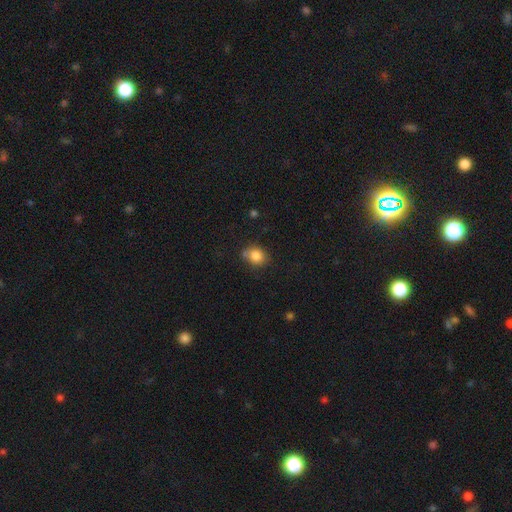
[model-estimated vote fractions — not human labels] Smooth or featured? Predicted: smooth (p=0.83). How rounded? Predicted: round (p=0.63). Merging? Predicted: none (p=0.66).